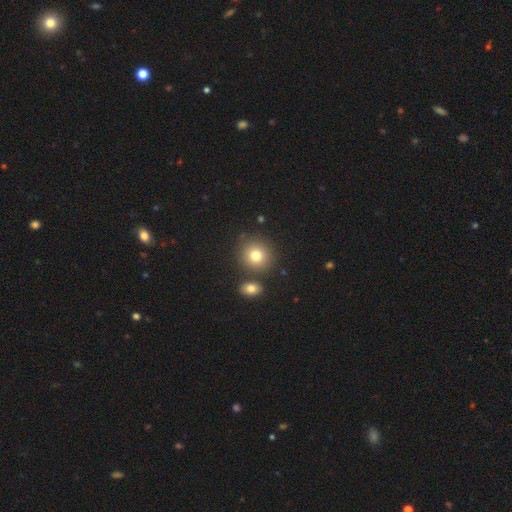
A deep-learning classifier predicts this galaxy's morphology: Smooth or featured?
  - smooth: 78% *
  - star or artifact: 12%
  - featured or disk: 10%
How rounded?
  - round: 89% *
  - in between: 10%
  - cigar-shaped: 1%
Merging?
  - none: 79% *
  - merger: 10%
  - minor disturbance: 8%
  - major disturbance: 3%